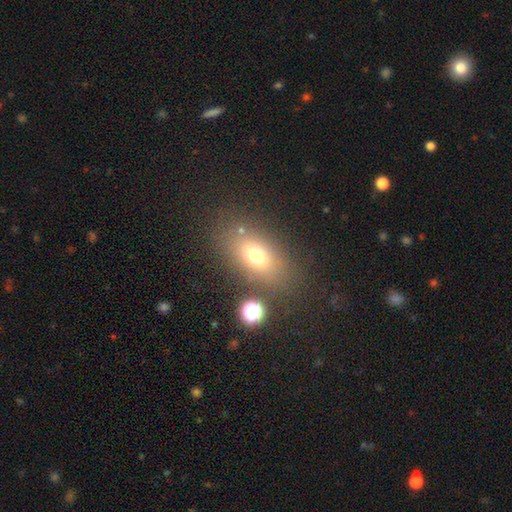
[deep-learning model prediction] The model was most divided on "smooth or featured": smooth: 70%, featured or disk: 16%, star or artifact: 14%. More confident: how rounded — in between (79%); merging — none (77%).